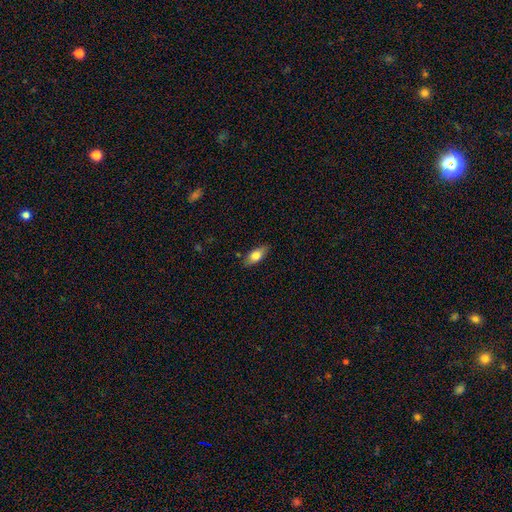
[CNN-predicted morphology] A smooth galaxy with no disk features (74%) that is in between round and cigar-shaped (81%). Merging: none (82%).